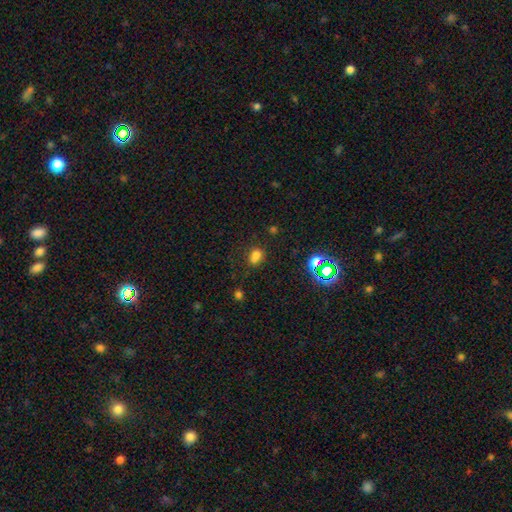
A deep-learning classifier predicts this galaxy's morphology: This is likely a smooth galaxy (70%). How rounded: likely in between (67%). Merging: possibly none (58%).